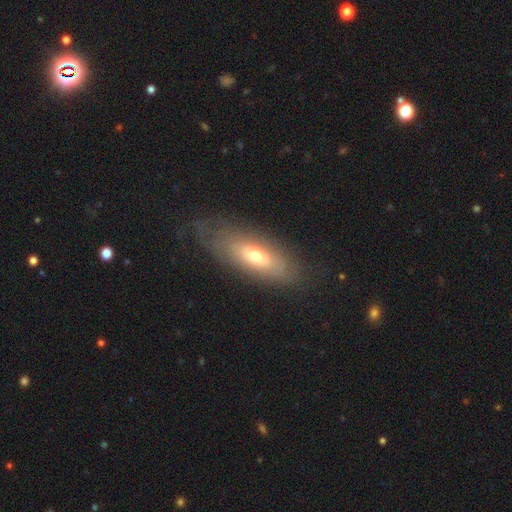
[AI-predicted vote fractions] Morphology: type=featured or disk (51%); edge-on=no (75%); merging=none (68%).